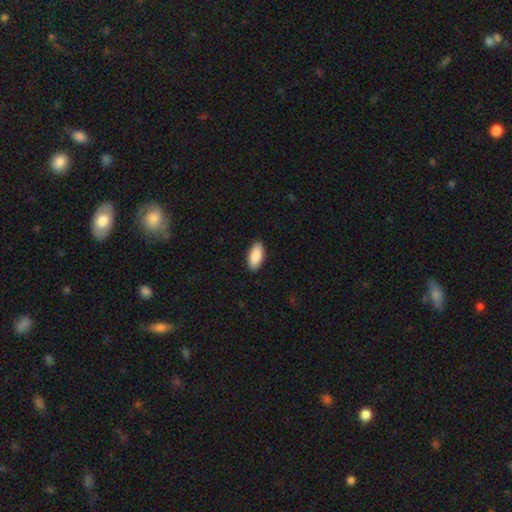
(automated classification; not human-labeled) Smooth or featured: smooth — 91% (star or artifact — 6%)
How rounded: in between — 92% (cigar-shaped — 7%)
Merging: none — 90% (minor disturbance — 7%)